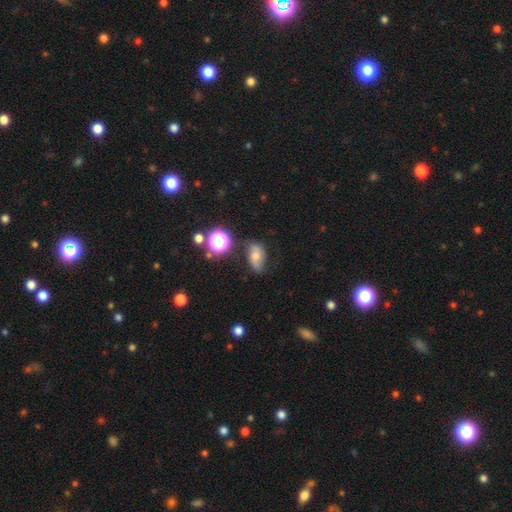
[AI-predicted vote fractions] The model was most divided on "smooth or featured": smooth: 48%, featured or disk: 36%, star or artifact: 16%. More confident: merging — none (62%).